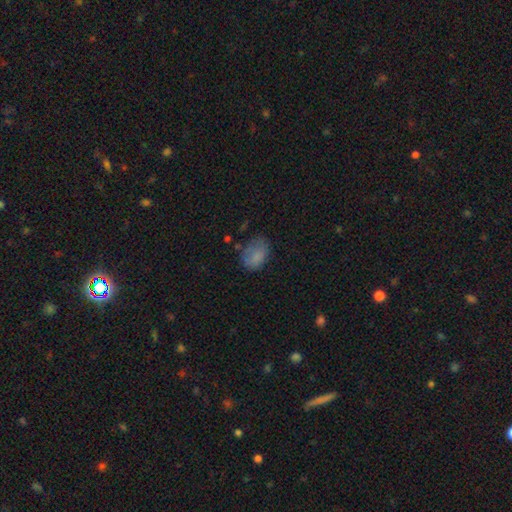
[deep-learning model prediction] smooth 78%, featured or disk 11%, star or artifact 11%. Down the decision tree: how rounded — in between (75%); merging — none (53%).